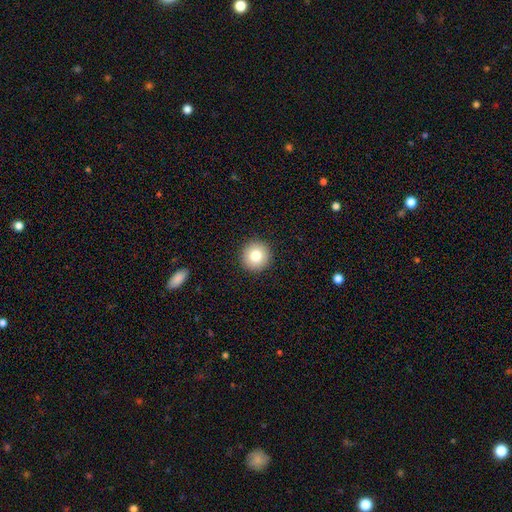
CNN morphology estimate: The model was most divided on "smooth or featured": smooth: 80%, featured or disk: 10%, star or artifact: 10%. More confident: how rounded — round (95%); merging — none (93%).